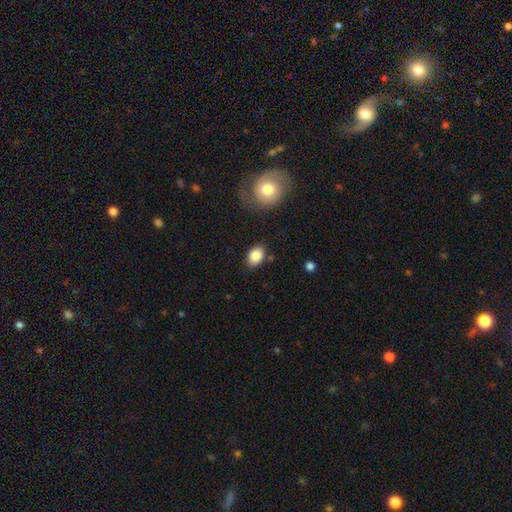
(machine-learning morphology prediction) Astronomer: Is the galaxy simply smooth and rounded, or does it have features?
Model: smooth — 85%.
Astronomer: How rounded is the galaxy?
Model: in between — 82%.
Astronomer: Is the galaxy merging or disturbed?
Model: none — 82%.